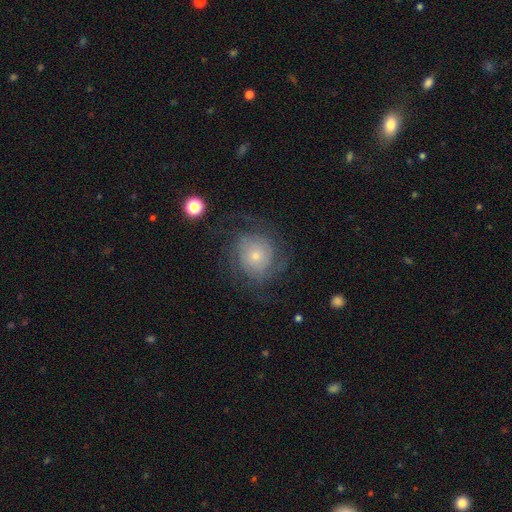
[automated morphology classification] A featured or disk galaxy (64%) with no bar (82%), tight (61%) spiral arms (86%) and a small central bulge (66%).

Vote fractions:
- Smooth or featured? featured or disk: 64% / smooth: 27% / star or artifact: 9%
- Edge-on disk? no: 97% / yes: 3%
- Bar? no: 82% / weak: 15% / strong: 2%
- Spiral arms? yes: 86% / no: 14%
- Spiral winding? tight: 61% / medium: 28% / loose: 12%
- Spiral arm count? can't tell: 46% / 2: 20% / 3: 14% / 4: 9% / 1: 6% / more than 4: 5%
- Bulge size? small: 66% / moderate: 27% / large: 3% / none: 2% / dominant: 1%
- Merging? none: 66% / minor disturbance: 17% / major disturbance: 16% / merger: 1%